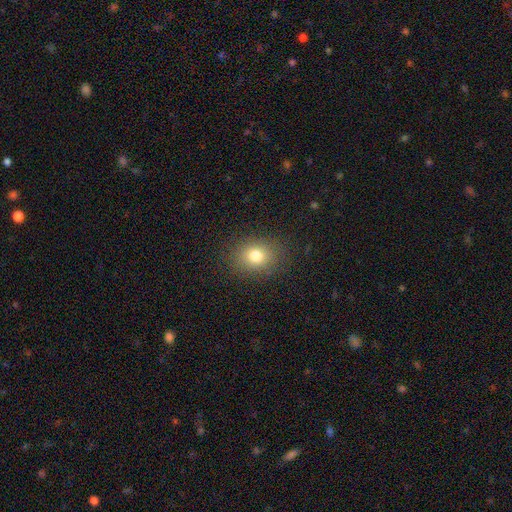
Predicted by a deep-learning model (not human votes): Overall: smooth (78%). How rounded: round (55%; in between 44%). Merging: none (87%).